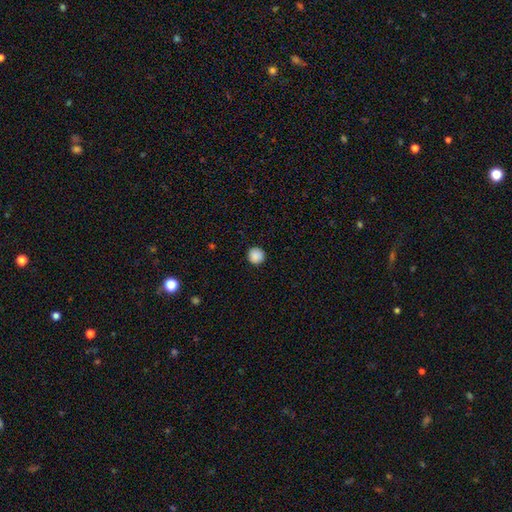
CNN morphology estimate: Overall: smooth (88%). How rounded: round (95%). Merging: none (91%).